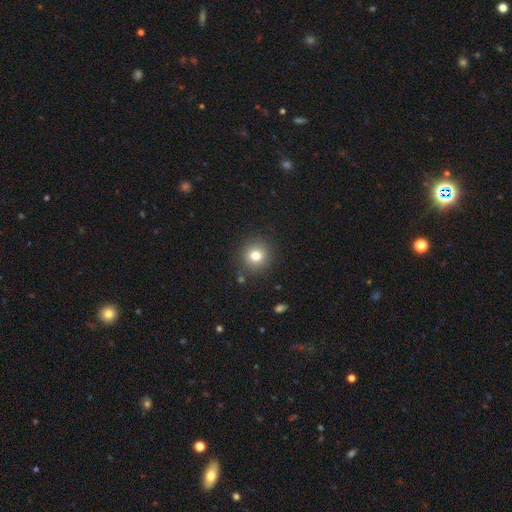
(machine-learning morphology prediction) The model was most divided on "smooth or featured": smooth: 79%, star or artifact: 12%, featured or disk: 9%. More confident: how rounded — round (91%); merging — none (88%).